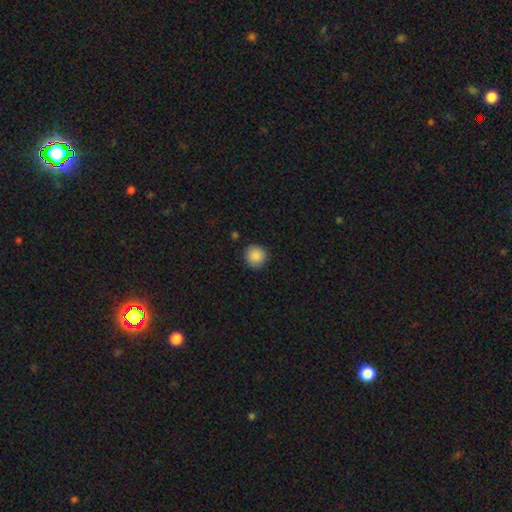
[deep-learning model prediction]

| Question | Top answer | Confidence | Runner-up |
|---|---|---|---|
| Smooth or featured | smooth | 88% | star or artifact (9%) |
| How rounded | round | 92% | in between (7%) |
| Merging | none | 89% | minor disturbance (8%) |